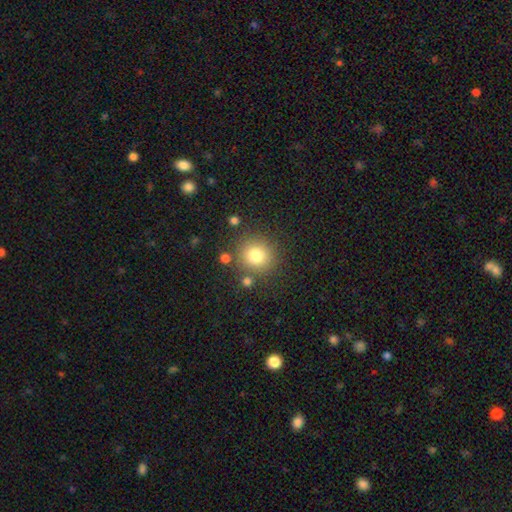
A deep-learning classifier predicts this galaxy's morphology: Smooth or featured? Predicted: smooth (p=0.79). How rounded? Predicted: round (p=0.91). Merging? Predicted: none (p=0.81).